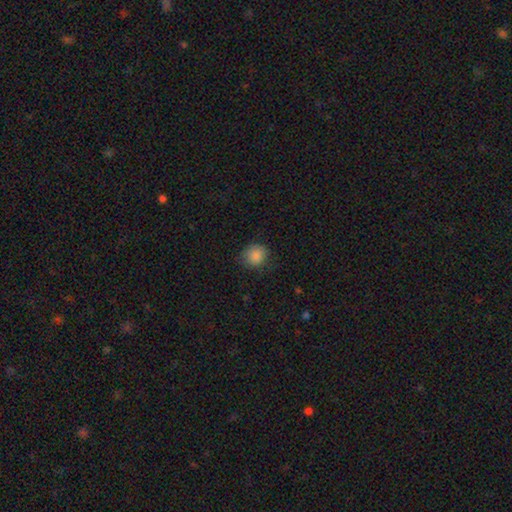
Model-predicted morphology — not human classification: A smooth galaxy with no disk features (86%) that is round (78%).

Vote fractions:
- Smooth or featured? smooth: 86% / star or artifact: 10% / featured or disk: 4%
- How rounded? round: 78% / in between: 21% / cigar-shaped: 1%
- Merging? none: 75% / minor disturbance: 19% / major disturbance: 5% / merger: 1%